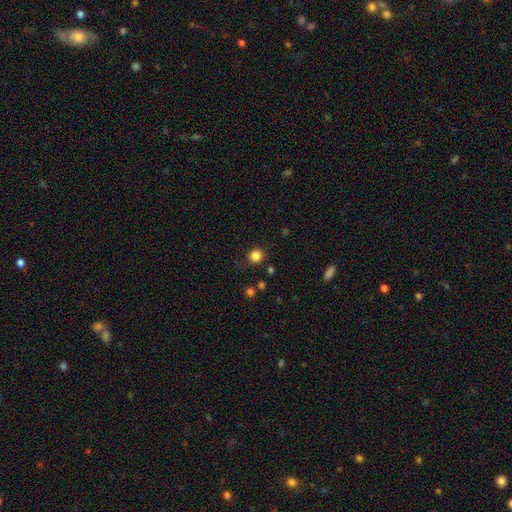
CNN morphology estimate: Smooth or featured? smooth (83%)
How rounded? round (90%)
Merging? none (84%)